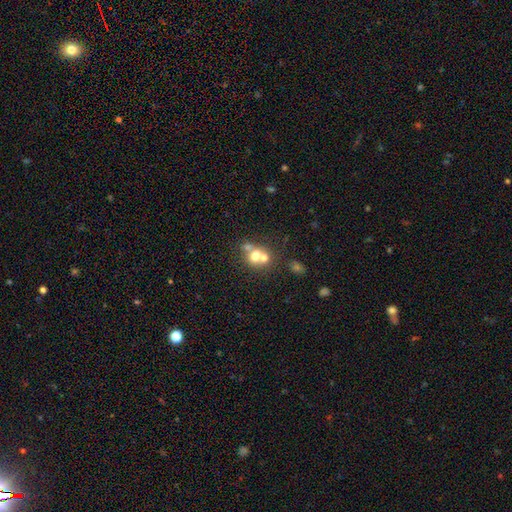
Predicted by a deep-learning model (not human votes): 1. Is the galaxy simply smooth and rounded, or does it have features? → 64% smooth, 23% featured or disk, 13% star or artifact.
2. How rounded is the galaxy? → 73% round, 26% in between, 1% cigar-shaped.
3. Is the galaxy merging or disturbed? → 61% merger, 29% none, 6% minor disturbance, 3% major disturbance.